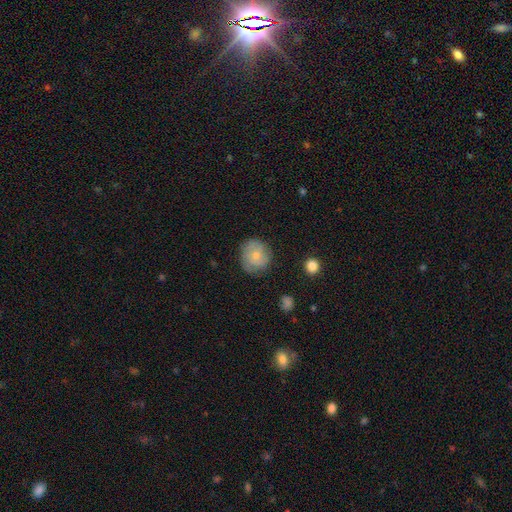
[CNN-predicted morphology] smooth-or-featured: smooth: 57% | featured or disk: 36% | star or artifact: 8%
  how-rounded: round: 82% | in between: 17% | cigar-shaped: 1%
  merging: none: 72% | minor disturbance: 21% | major disturbance: 6% | merger: 1%